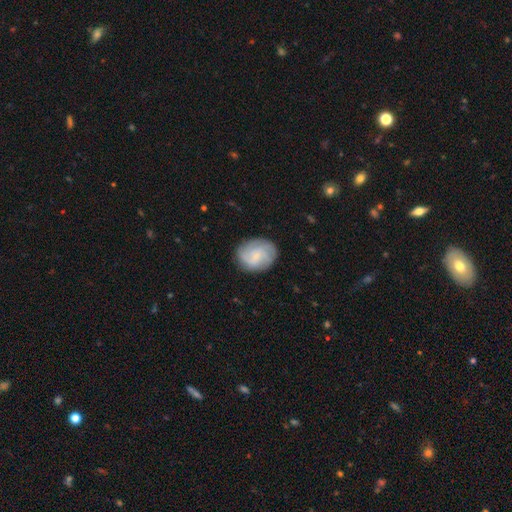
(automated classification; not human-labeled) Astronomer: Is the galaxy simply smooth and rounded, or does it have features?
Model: featured or disk — 55% (runner-up: smooth, 38%).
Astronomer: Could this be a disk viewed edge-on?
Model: no — 98%.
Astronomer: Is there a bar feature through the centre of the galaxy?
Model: no — 63%.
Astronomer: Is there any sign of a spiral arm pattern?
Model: yes — 91%.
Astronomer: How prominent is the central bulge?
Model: small — 65%.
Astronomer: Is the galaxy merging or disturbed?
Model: none — 81%.